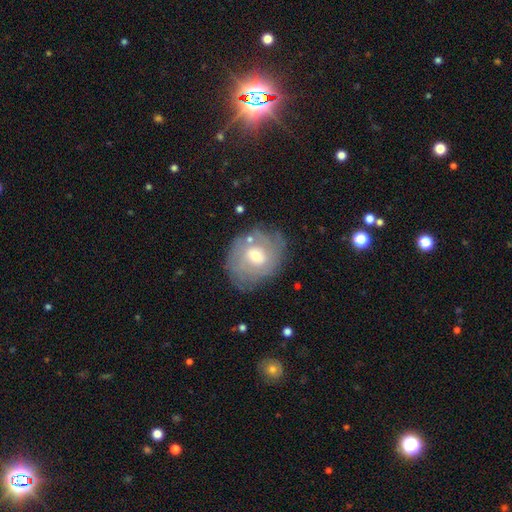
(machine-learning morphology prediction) This appears to be a featured or disk galaxy (62%) with no bar (55%), spiral arms (73%) and a moderate central bulge (65%). Merging: none (72%).